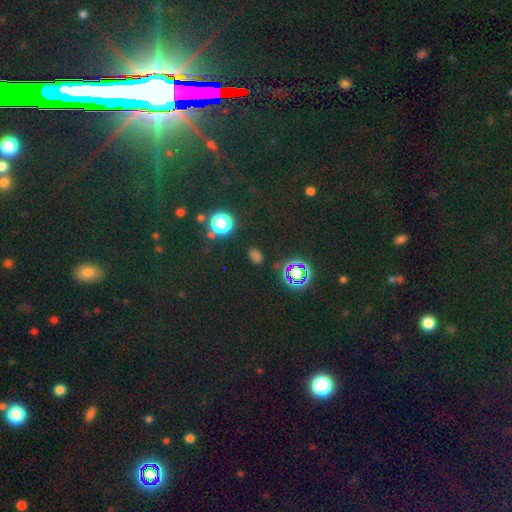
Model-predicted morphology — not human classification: smooth-or-featured: star or artifact: 57% | smooth: 35% | featured or disk: 7%